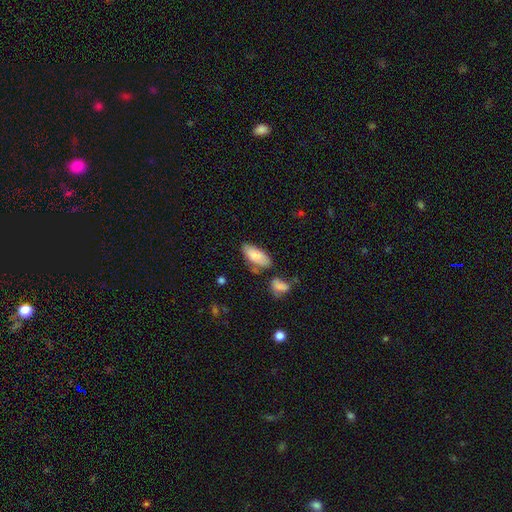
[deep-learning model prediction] A smooth galaxy with no disk features (79%) that is in between round and cigar-shaped (88%). Merging: none (57%).